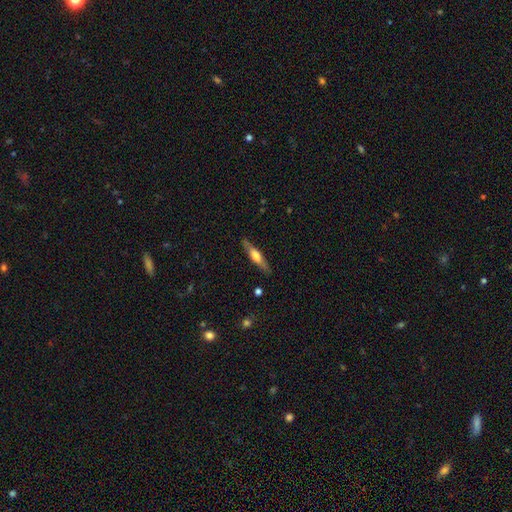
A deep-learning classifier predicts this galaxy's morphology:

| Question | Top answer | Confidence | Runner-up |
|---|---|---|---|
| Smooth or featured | featured or disk | 55% | smooth (39%) |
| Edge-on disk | yes | 93% | no (7%) |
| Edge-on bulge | rounded | 79% | boxy (15%) |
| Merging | none | 86% | minor disturbance (11%) |